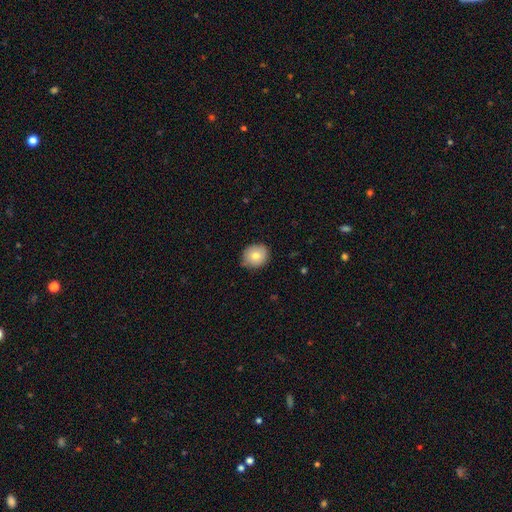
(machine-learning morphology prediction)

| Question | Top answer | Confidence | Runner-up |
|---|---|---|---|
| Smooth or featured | smooth | 77% | featured or disk (14%) |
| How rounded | round | 78% | in between (21%) |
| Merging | none | 80% | minor disturbance (16%) |